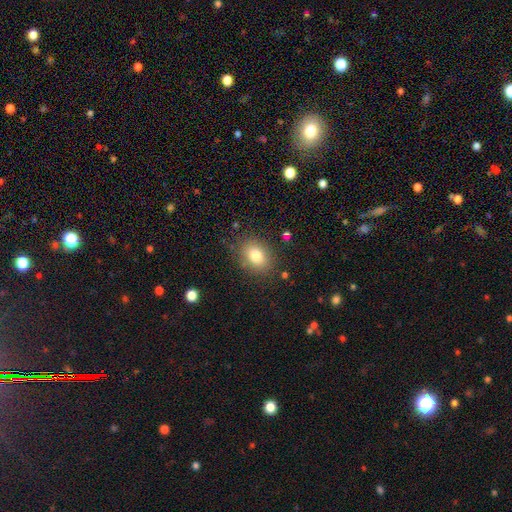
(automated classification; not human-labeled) smooth_or_featured: smooth (p=0.79) [alt: star or artifact p=0.10]
how_rounded: in between (p=0.60) [alt: round p=0.39]
merging: none (p=0.83) [alt: minor disturbance p=0.11]